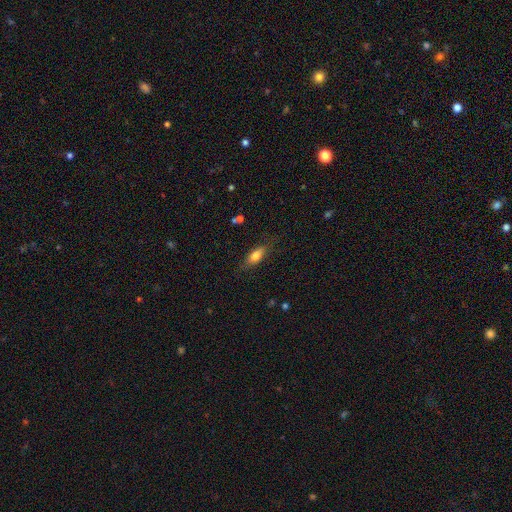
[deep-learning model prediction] Smooth or featured?
  - smooth: 74% *
  - featured or disk: 18%
  - star or artifact: 8%
How rounded?
  - in between: 74% *
  - cigar-shaped: 23%
  - round: 3%
Merging?
  - none: 79% *
  - minor disturbance: 16%
  - major disturbance: 4%
  - merger: 1%